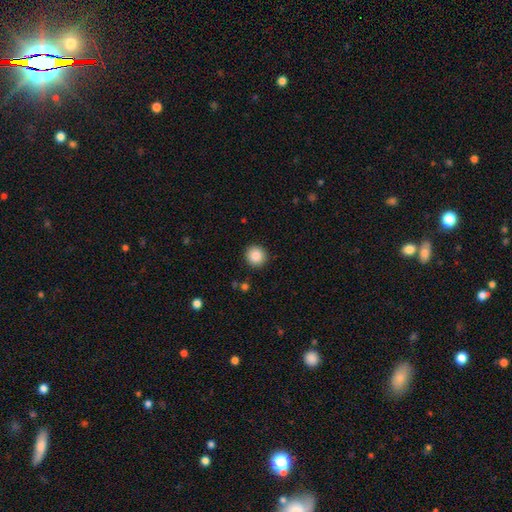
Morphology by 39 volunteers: smooth-or-featured: smooth: 90% | featured or disk: 5% | star or artifact: 5%
  how-rounded: round: 94% | in between: 6% | cigar-shaped: 0%
  merging: none: 95% | minor disturbance: 3% | major disturbance: 3% | merger: 0%